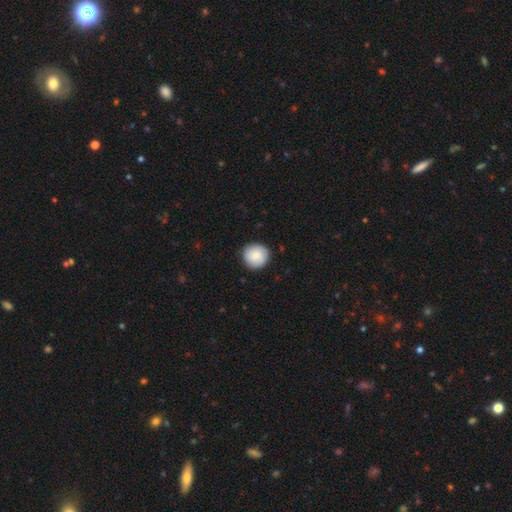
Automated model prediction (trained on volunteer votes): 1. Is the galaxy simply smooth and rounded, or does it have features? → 80% smooth, 13% featured or disk, 7% star or artifact.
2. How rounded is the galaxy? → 94% round, 6% in between, 1% cigar-shaped.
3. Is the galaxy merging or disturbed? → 88% none, 9% minor disturbance, 2% major disturbance, 1% merger.